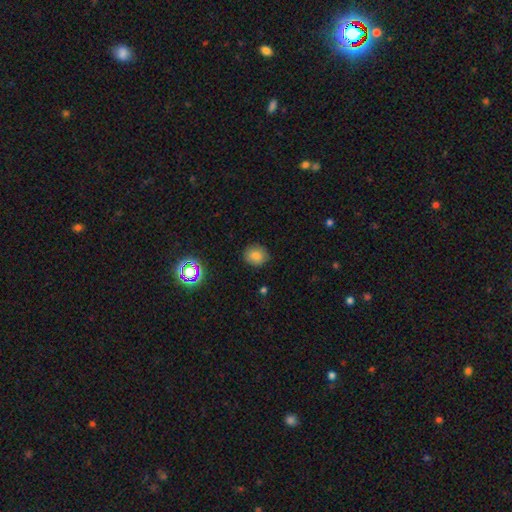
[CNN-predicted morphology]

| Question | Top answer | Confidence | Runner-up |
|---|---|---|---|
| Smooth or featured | smooth | 79% | star or artifact (14%) |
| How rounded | round | 78% | in between (21%) |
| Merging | none | 86% | minor disturbance (10%) |